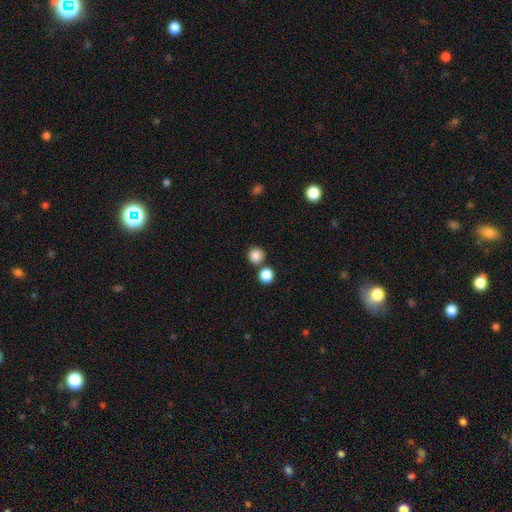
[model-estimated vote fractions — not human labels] The model was most divided on "merging": none: 76%, merger: 15%, minor disturbance: 7%, major disturbance: 2%. More confident: how rounded — round (93%); smooth or featured — smooth (85%).